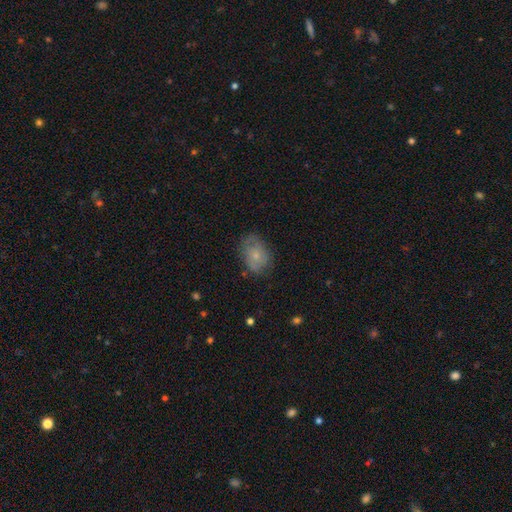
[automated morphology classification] This is likely a smooth galaxy (66%). How rounded: likely in between (75%). Merging: likely none (64%).